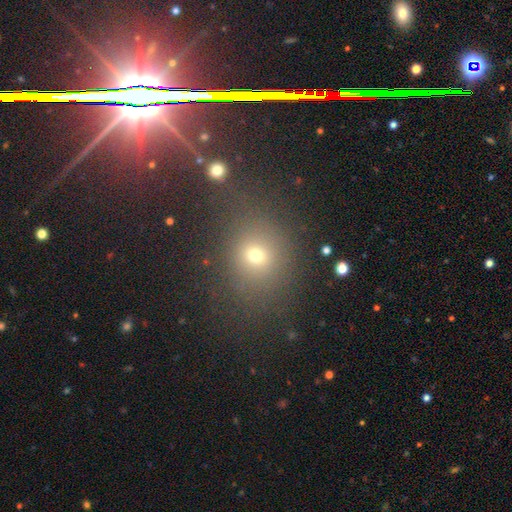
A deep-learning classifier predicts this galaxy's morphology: The model was most divided on "how rounded": round: 69%, in between: 29%, cigar-shaped: 2%. More confident: merging — none (71%); smooth or featured — smooth (67%).